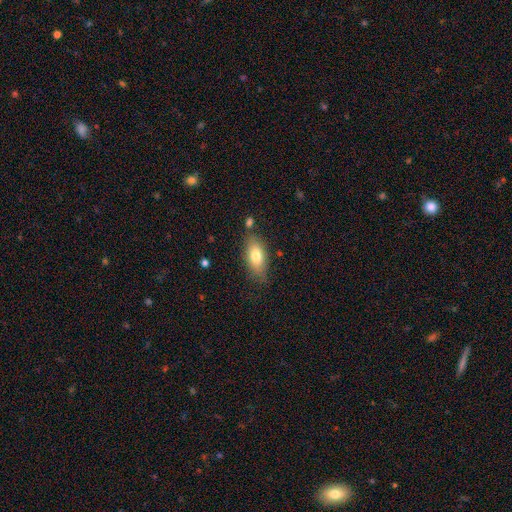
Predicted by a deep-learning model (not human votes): This is likely a smooth galaxy (76%). How rounded: clearly in between (86%). Merging: likely none (74%).